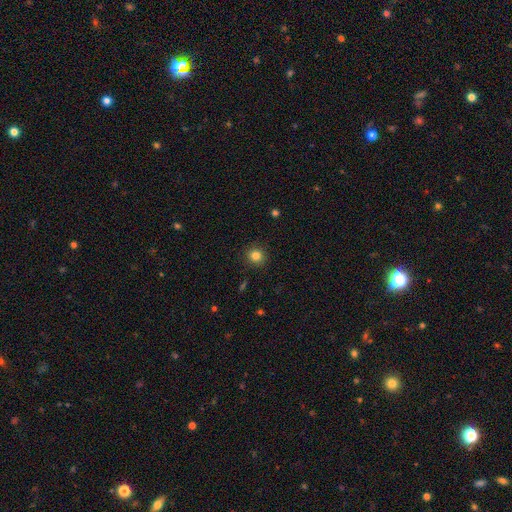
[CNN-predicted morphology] type=smooth (83%); roundness=round (92%); merging=none (91%).